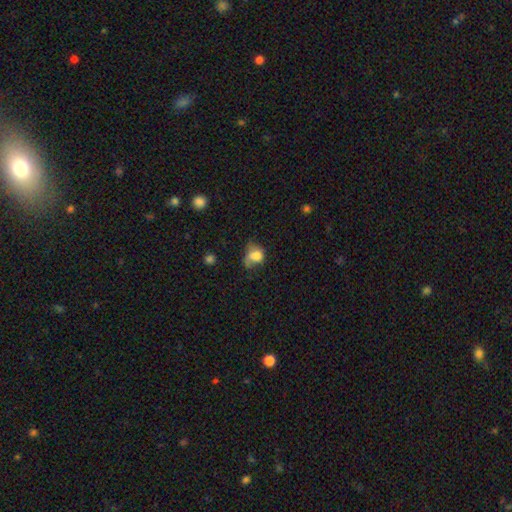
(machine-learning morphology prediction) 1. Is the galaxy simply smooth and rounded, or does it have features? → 69% smooth, 20% featured or disk, 10% star or artifact.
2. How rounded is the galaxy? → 56% in between, 42% round, 1% cigar-shaped.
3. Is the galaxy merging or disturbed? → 36% major disturbance, 30% minor disturbance, 28% none, 6% merger.